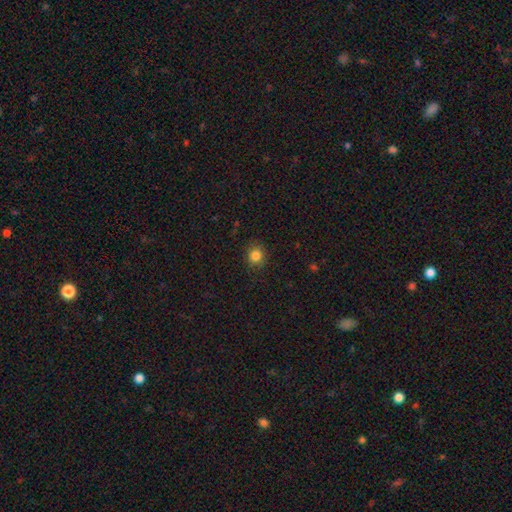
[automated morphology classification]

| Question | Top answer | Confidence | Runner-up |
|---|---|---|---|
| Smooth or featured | smooth | 84% | star or artifact (11%) |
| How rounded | round | 82% | in between (17%) |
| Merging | none | 89% | minor disturbance (8%) |